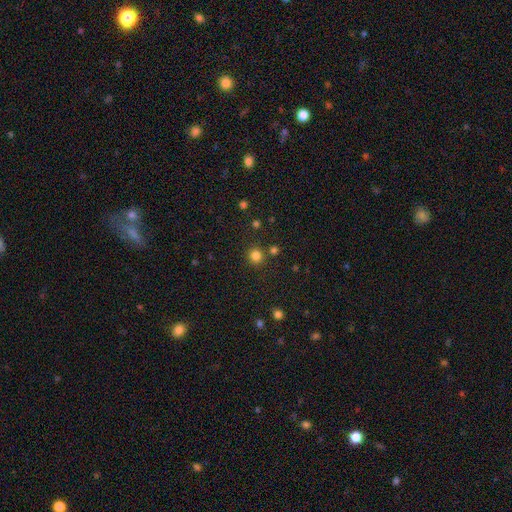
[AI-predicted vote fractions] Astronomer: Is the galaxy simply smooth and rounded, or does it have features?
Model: smooth — 81%.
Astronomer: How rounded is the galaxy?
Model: round — 93%.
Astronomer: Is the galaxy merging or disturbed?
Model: none — 83%.